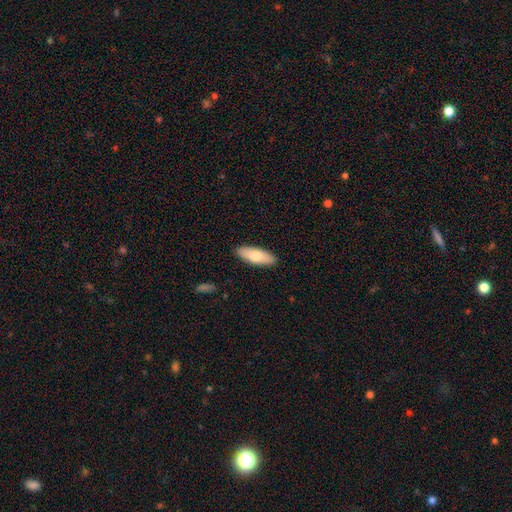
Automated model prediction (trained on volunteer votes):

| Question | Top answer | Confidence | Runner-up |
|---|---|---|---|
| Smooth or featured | smooth | 75% | featured or disk (19%) |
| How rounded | in between | 67% | cigar-shaped (31%) |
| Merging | none | 90% | minor disturbance (8%) |